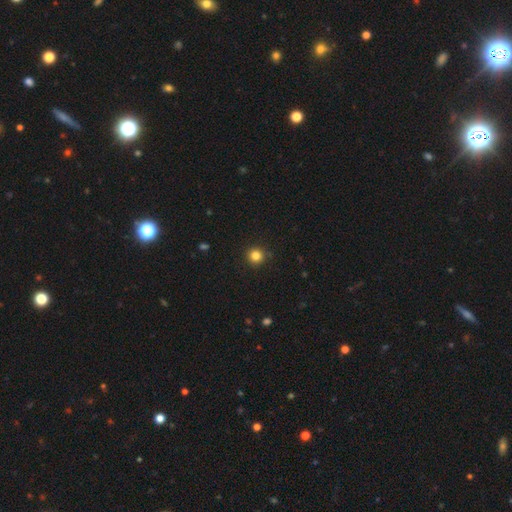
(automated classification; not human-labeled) This appears to be a smooth galaxy with no disk features (83%) that is round (95%). Merging: none (91%).